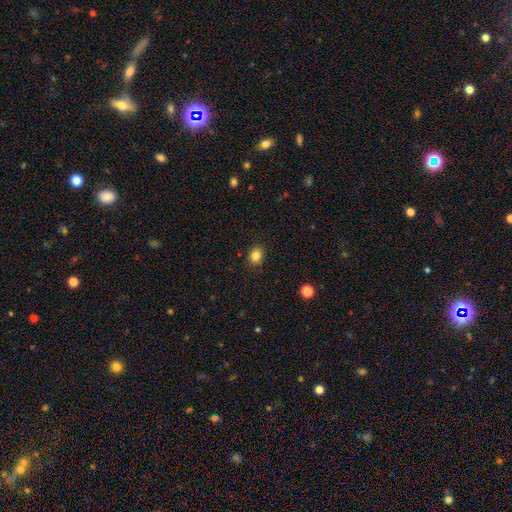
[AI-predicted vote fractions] smooth-or-featured: smooth: 84% | star or artifact: 11% | featured or disk: 5%
  how-rounded: round: 63% | in between: 36% | cigar-shaped: 1%
  merging: none: 90% | minor disturbance: 7% | major disturbance: 2% | merger: 1%